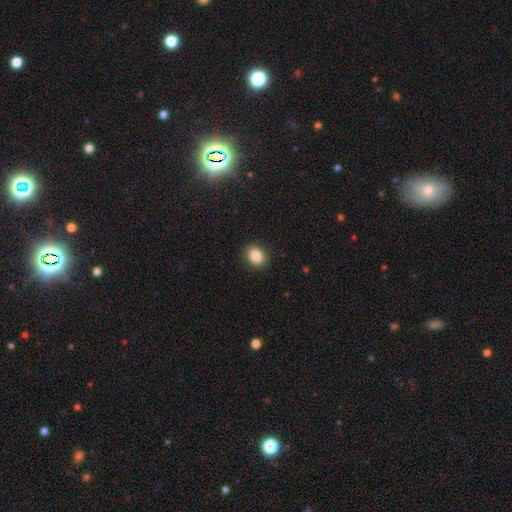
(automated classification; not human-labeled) Morphology: type=smooth (86%); roundness=round (55%); merging=none (90%).